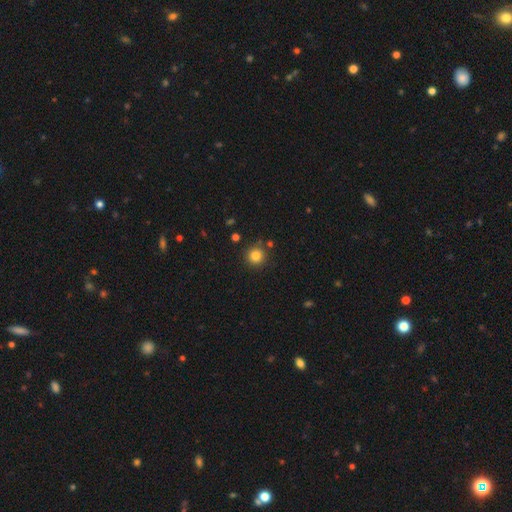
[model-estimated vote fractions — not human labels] smooth_or_featured: smooth (p=0.82) [alt: star or artifact p=0.12]
how_rounded: round (p=0.95) [alt: in between p=0.05]
merging: none (p=0.86) [alt: minor disturbance p=0.07]